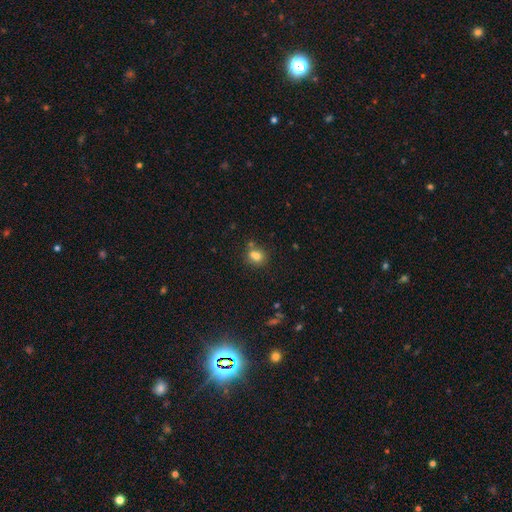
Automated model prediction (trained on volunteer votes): Smooth or featured? smooth (75%)
How rounded? round (66%)
Merging? none (52%)